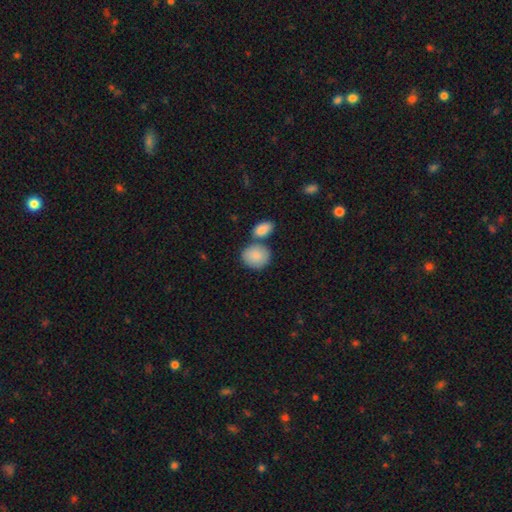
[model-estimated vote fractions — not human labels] The model was most divided on "how rounded": round: 60%, in between: 38%, cigar-shaped: 1%. More confident: smooth or featured — smooth (88%); merging — none (58%).